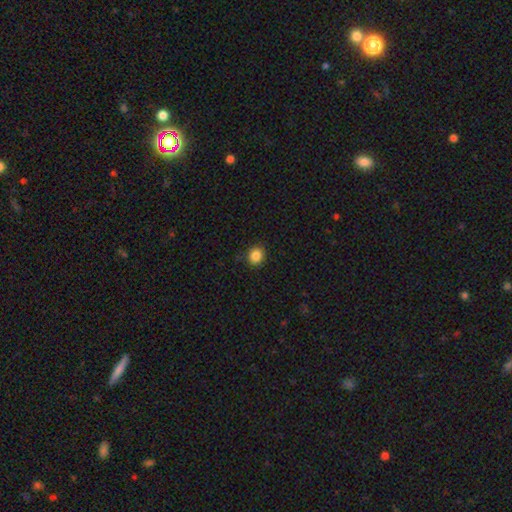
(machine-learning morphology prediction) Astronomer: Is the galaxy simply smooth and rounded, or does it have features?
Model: smooth — 85%.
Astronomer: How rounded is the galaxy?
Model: round — 75%.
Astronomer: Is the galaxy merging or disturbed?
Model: none — 88%.